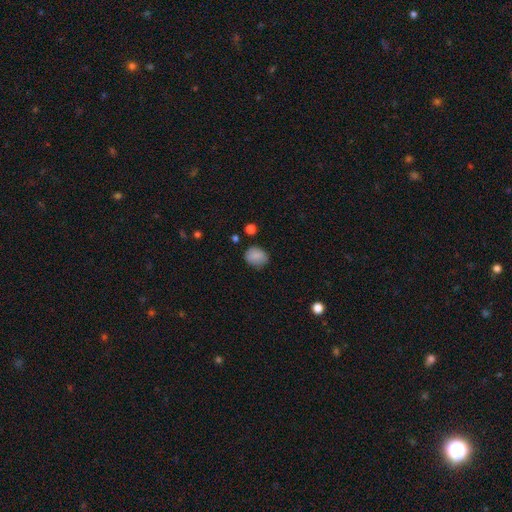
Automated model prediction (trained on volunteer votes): smooth_or_featured: smooth (p=0.86) [alt: star or artifact p=0.09]
how_rounded: round (p=0.57) [alt: in between p=0.42]
merging: none (p=0.76) [alt: minor disturbance p=0.18]